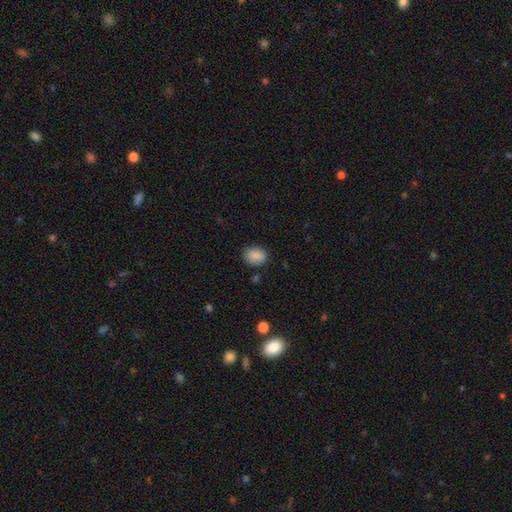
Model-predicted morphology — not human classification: The model was most divided on "how rounded": in between: 69%, round: 30%, cigar-shaped: 1%. More confident: smooth or featured — smooth (88%); merging — none (81%).